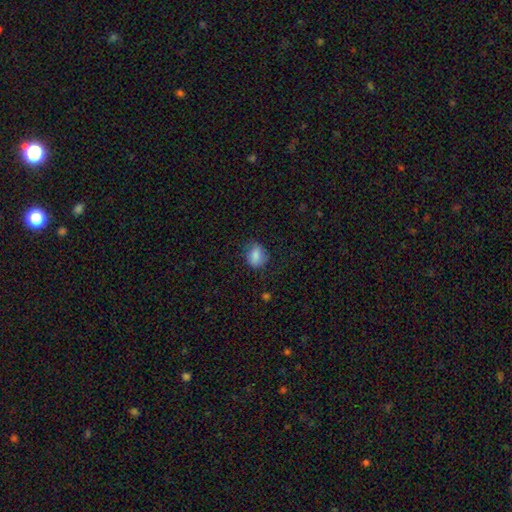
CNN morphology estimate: A smooth galaxy with no disk features (84%) that is in between round and cigar-shaped (50%). Merging: none (73%).